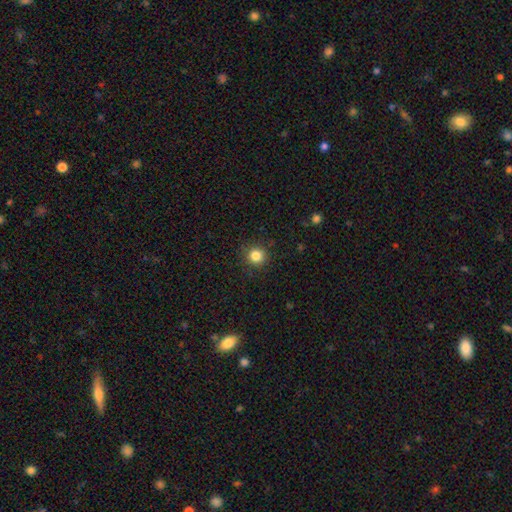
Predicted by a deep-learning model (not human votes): Overall: smooth (84%). How rounded: round (93%). Merging: none (90%).